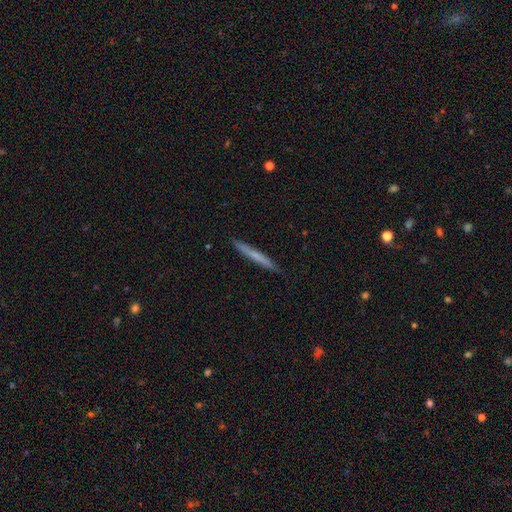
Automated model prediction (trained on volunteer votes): Smooth or featured? smooth (56%)
How rounded? cigar-shaped (97%)
Merging? none (90%)